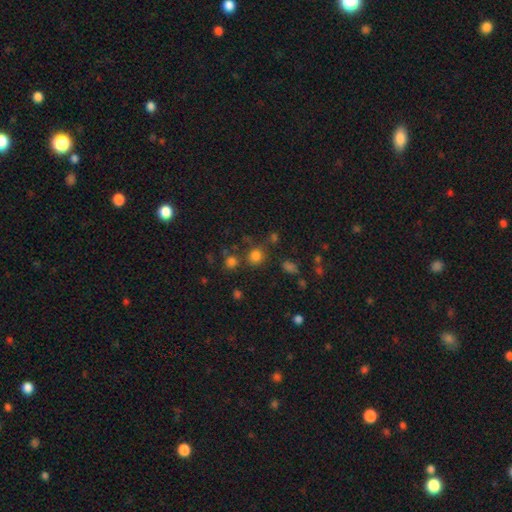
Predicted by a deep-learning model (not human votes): Morphology: type=smooth (76%); roundness=round (85%); merging=none (76%).